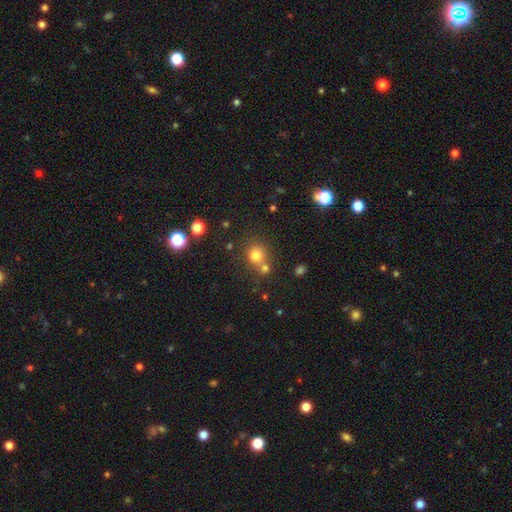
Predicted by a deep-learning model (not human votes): smooth-or-featured: smooth: 76% | star or artifact: 16% | featured or disk: 8%
  how-rounded: round: 83% | in between: 16% | cigar-shaped: 1%
  merging: none: 57% | merger: 30% | minor disturbance: 9% | major disturbance: 4%